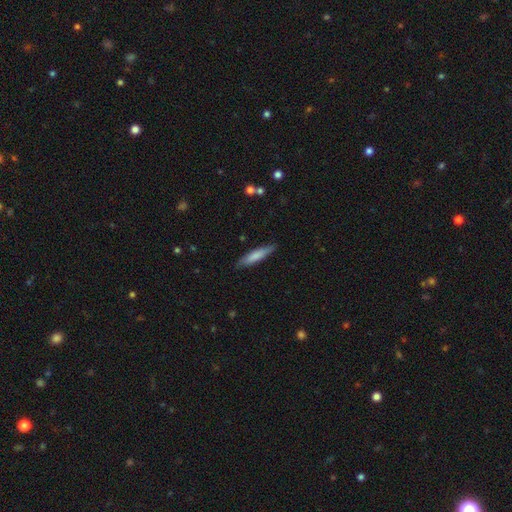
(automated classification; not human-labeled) smooth_or_featured: smooth (p=0.76) [alt: featured or disk p=0.19]
how_rounded: cigar-shaped (p=0.85) [alt: in between p=0.14]
merging: none (p=0.86) [alt: minor disturbance p=0.11]